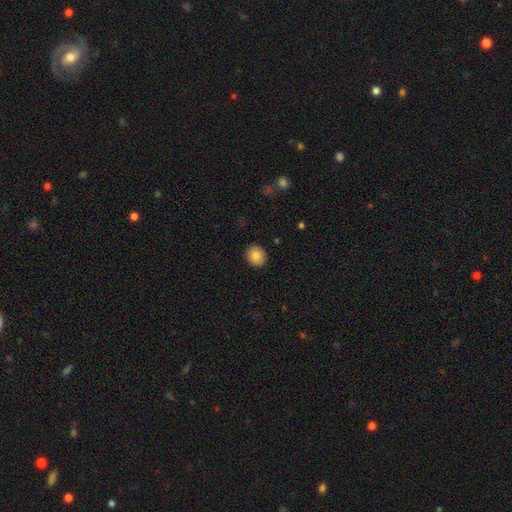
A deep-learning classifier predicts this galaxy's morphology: Smooth or featured? smooth (82%)
How rounded? round (70%)
Merging? none (89%)